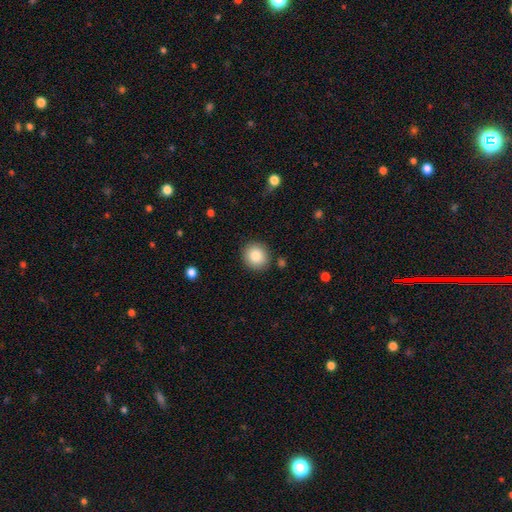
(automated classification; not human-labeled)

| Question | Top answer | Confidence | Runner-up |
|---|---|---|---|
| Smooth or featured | smooth | 84% | star or artifact (9%) |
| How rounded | round | 87% | in between (12%) |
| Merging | none | 89% | minor disturbance (7%) |